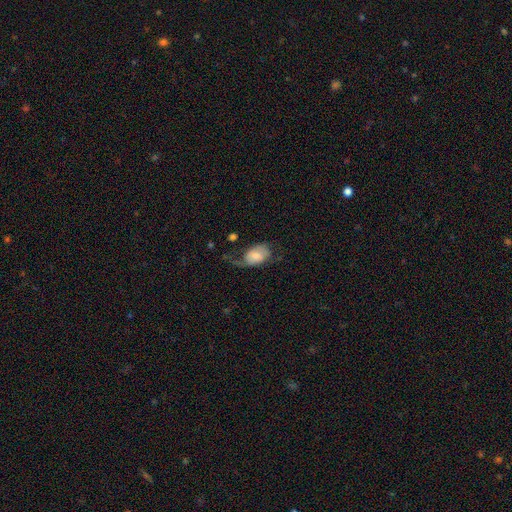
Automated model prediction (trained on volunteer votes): Overall: smooth (56%; featured or disk 37%). How rounded: in between (84%). Merging: major disturbance (41%; none 29%).